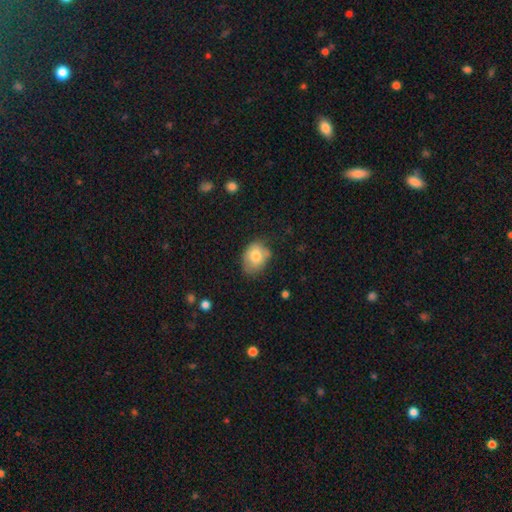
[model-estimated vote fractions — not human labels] Smooth or featured?
  - smooth: 76% *
  - featured or disk: 16%
  - star or artifact: 8%
How rounded?
  - in between: 68% *
  - round: 31%
  - cigar-shaped: 1%
Merging?
  - none: 59% *
  - minor disturbance: 30%
  - major disturbance: 7%
  - merger: 4%